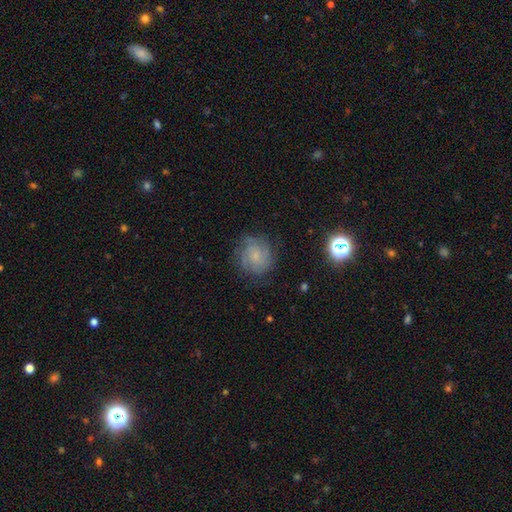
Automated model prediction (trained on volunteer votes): Q: Smooth or featured?
A: featured or disk (55%); runner-up: smooth (32%)
Q: Edge-on disk?
A: no (97%); runner-up: yes (3%)
Q: Bar?
A: no (74%); runner-up: weak (23%)
Q: Spiral arms?
A: yes (89%); runner-up: no (11%)
Q: Bulge size?
A: small (61%); runner-up: none (19%)
Q: Merging?
A: none (74%); runner-up: minor disturbance (17%)